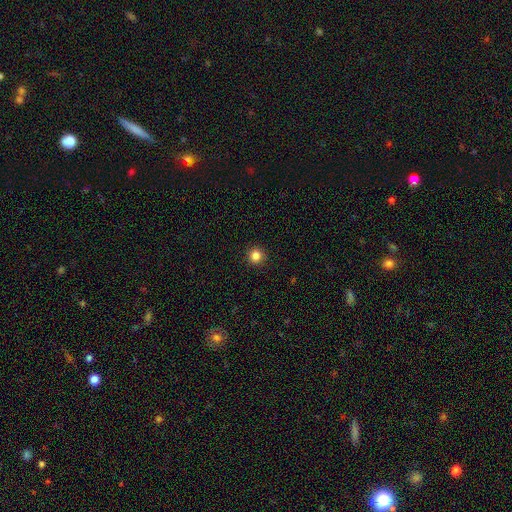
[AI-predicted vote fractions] Smooth or featured? smooth (84%)
How rounded? round (95%)
Merging? none (93%)